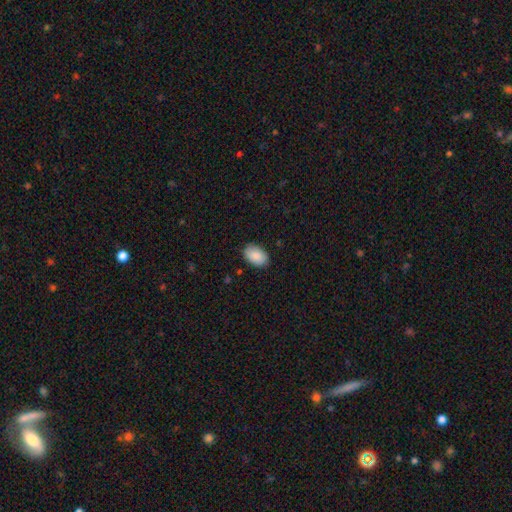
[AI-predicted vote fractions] Smooth or featured? Predicted: smooth (p=0.89). How rounded? Predicted: in between (p=0.90). Merging? Predicted: none (p=0.86).